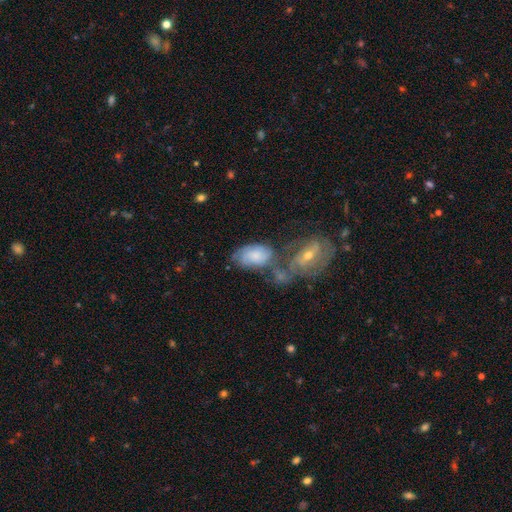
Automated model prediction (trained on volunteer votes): A featured or disk galaxy (52%). Merging: merger (47%).